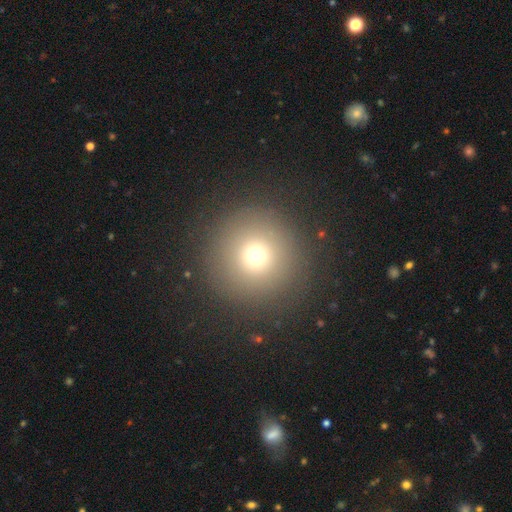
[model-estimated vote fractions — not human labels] smooth_or_featured: smooth (p=0.71) [alt: star or artifact p=0.18]
how_rounded: round (p=0.96) [alt: in between p=0.03]
merging: none (p=0.87) [alt: minor disturbance p=0.07]